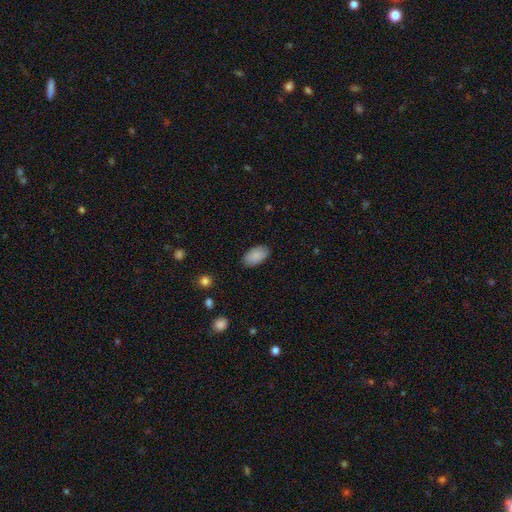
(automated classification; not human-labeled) This appears to be a smooth galaxy with no disk features (89%) that is in between round and cigar-shaped (94%). Merging: none (86%).